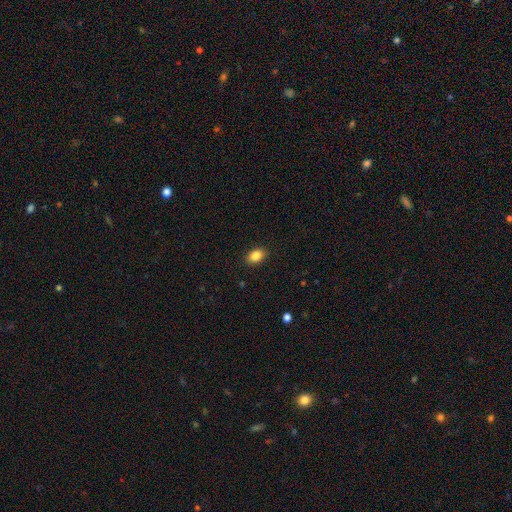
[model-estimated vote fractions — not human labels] smooth-or-featured: smooth: 86% | star or artifact: 9% | featured or disk: 5%
  how-rounded: in between: 82% | round: 17% | cigar-shaped: 1%
  merging: none: 89% | minor disturbance: 8% | major disturbance: 2% | merger: 1%